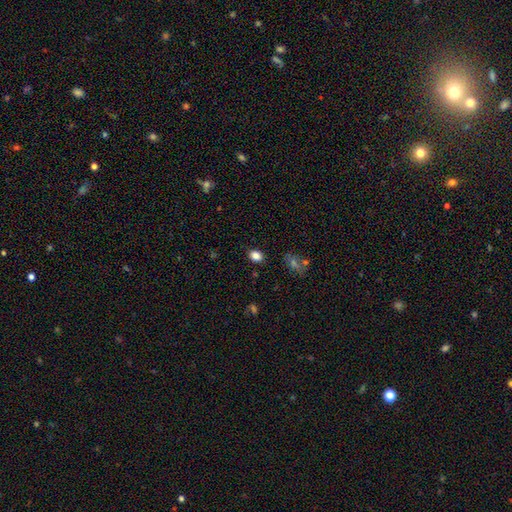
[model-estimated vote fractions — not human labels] A smooth galaxy with no disk features (84%) that is in between round and cigar-shaped (64%).

Vote fractions:
- Smooth or featured? smooth: 84% / star or artifact: 11% / featured or disk: 5%
- How rounded? in between: 64% / round: 35% / cigar-shaped: 1%
- Merging? none: 87% / minor disturbance: 8% / major disturbance: 2% / merger: 2%